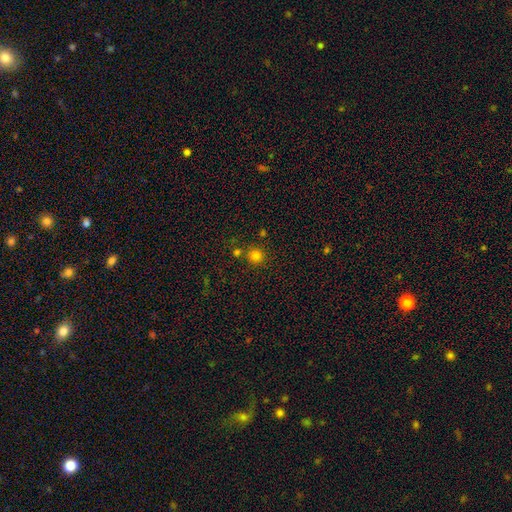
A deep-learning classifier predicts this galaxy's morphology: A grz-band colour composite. It shows a smooth galaxy with no disk features (79%) that is round (93%). Merging: none (79%).